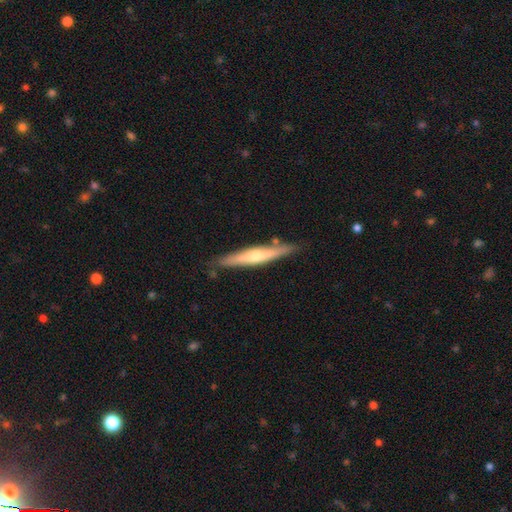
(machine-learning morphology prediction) smooth_or_featured: featured or disk (p=0.59) [alt: smooth p=0.36]
disk_edge_on: yes (p=0.94) [alt: no p=0.06]
edge_on_bulge: rounded (p=0.81) [alt: none p=0.13]
merging: none (p=0.82) [alt: minor disturbance p=0.12]